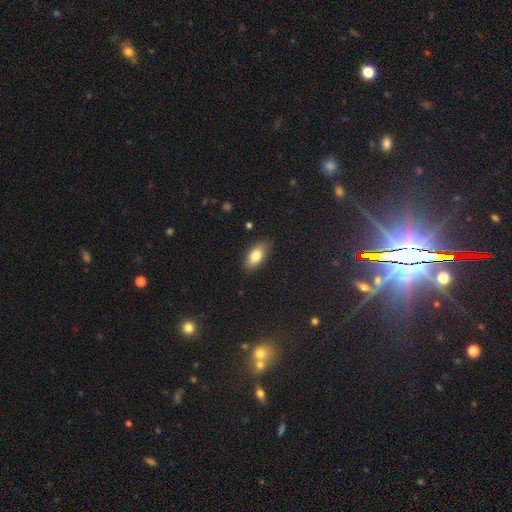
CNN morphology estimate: This is likely a smooth galaxy (78%). How rounded: clearly in between (87%). Merging: clearly none (85%).